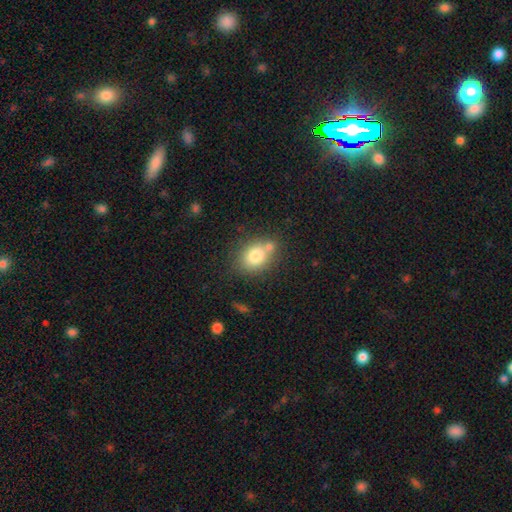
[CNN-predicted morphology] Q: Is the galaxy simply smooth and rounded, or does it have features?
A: smooth — 78%.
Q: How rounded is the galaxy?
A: round — 50%.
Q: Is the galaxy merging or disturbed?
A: none — 56%.